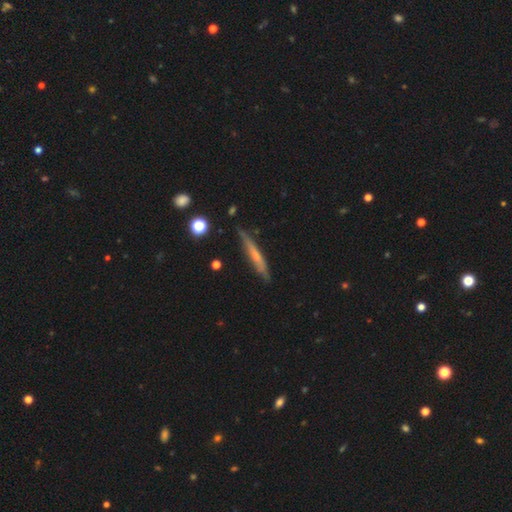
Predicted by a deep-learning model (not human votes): Smooth or featured? Predicted: featured or disk (p=0.47). Merging? Predicted: none (p=0.79).